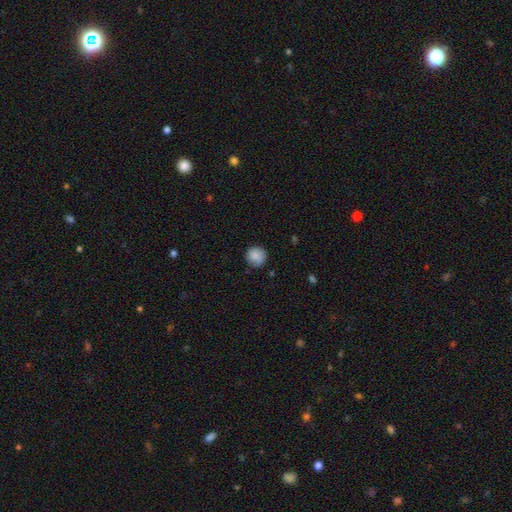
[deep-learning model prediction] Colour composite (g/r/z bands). It shows a smooth galaxy with no disk features (87%) that is round (93%). Merging: none (83%).